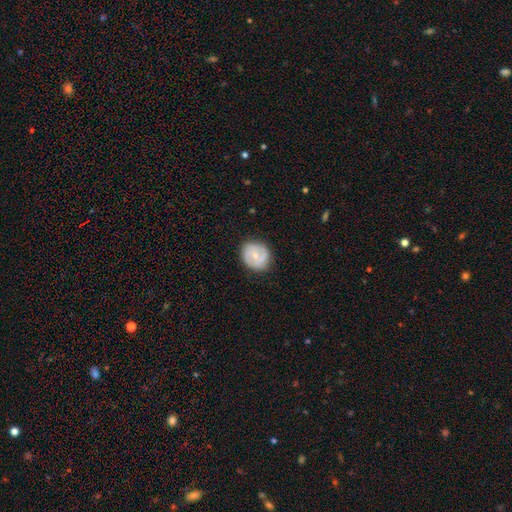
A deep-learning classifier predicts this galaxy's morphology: Q: Smooth or featured?
A: smooth (49%); runner-up: featured or disk (45%)
Q: Merging?
A: none (80%); runner-up: minor disturbance (15%)